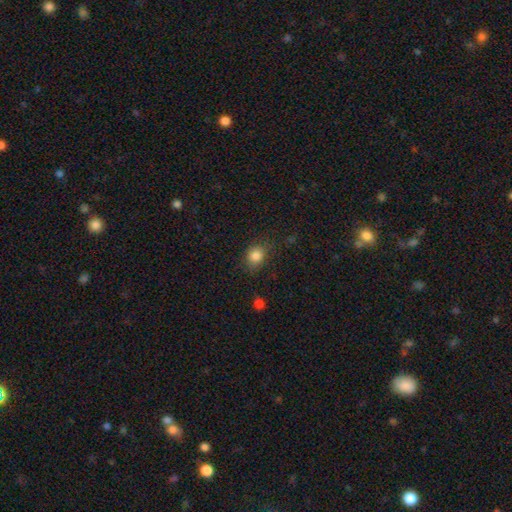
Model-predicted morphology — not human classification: Overall: smooth (83%). How rounded: round (54%; in between 45%). Merging: none (74%).